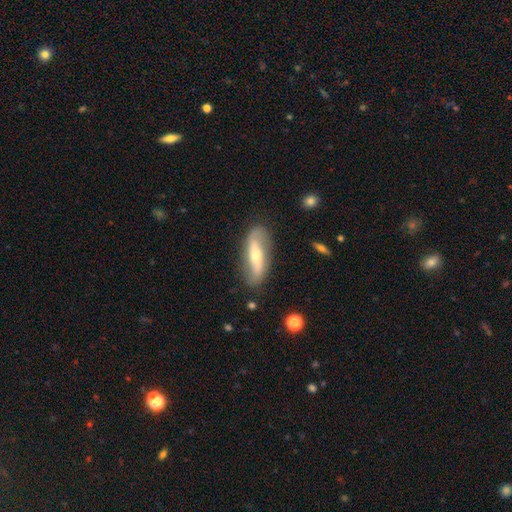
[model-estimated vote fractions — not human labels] This appears to be a featured or disk galaxy (68%) with no bar (38%), spiral arms (79%) and a moderate central bulge (51%). Merging: none (79%).